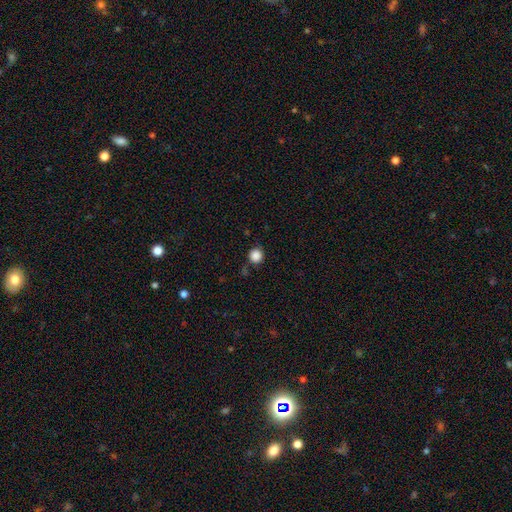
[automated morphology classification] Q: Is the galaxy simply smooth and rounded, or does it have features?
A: smooth — 86%.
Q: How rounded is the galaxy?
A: round — 92%.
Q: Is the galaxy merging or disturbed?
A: none — 82%.